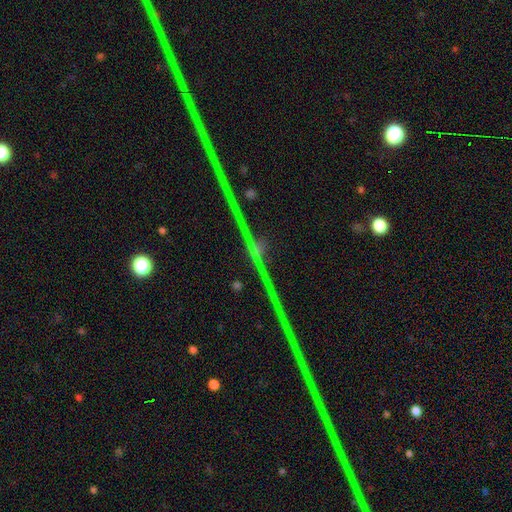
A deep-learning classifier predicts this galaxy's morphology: smooth-or-featured: star or artifact: 57% | featured or disk: 35% | smooth: 8%